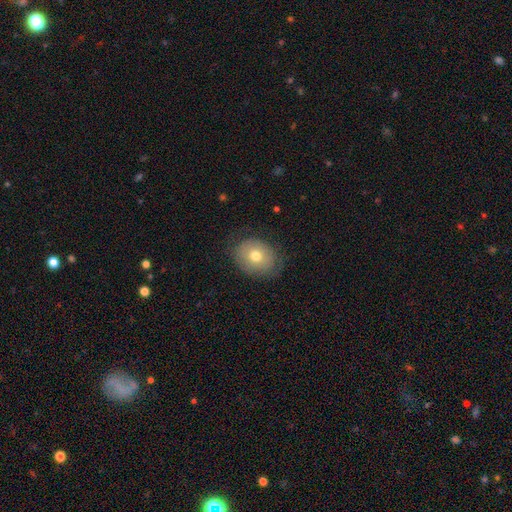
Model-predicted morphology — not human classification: A smooth galaxy with no disk features (67%) that is in between round and cigar-shaped (50%).

Vote fractions:
- Smooth or featured? smooth: 67% / featured or disk: 25% / star or artifact: 9%
- How rounded? in between: 50% / round: 49% / cigar-shaped: 1%
- Merging? none: 70% / minor disturbance: 21% / major disturbance: 7% / merger: 1%